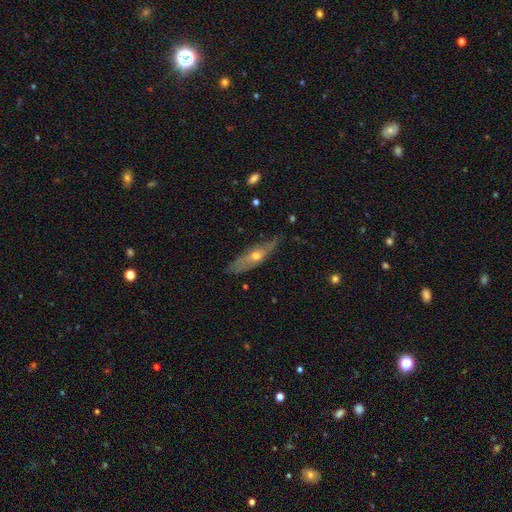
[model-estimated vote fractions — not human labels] featured or disk 64%, smooth 28%, star or artifact 8%. Down the decision tree: edge-on disk — yes (66%); merging — none (68%).